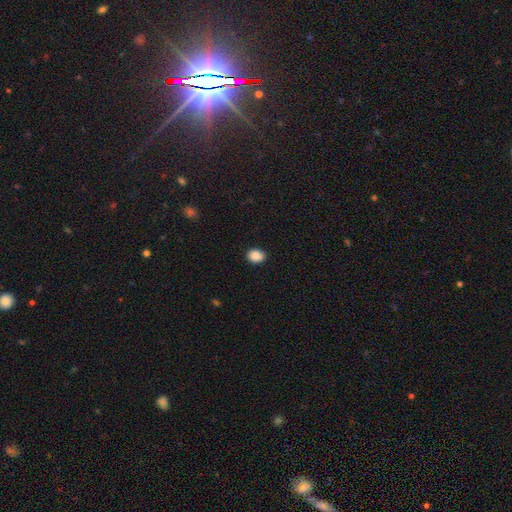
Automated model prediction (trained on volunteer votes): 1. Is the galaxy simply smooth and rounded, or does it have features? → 89% smooth, 9% star or artifact, 3% featured or disk.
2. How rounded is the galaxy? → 58% in between, 41% round, 1% cigar-shaped.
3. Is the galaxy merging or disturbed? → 86% none, 11% minor disturbance, 2% major disturbance, 1% merger.